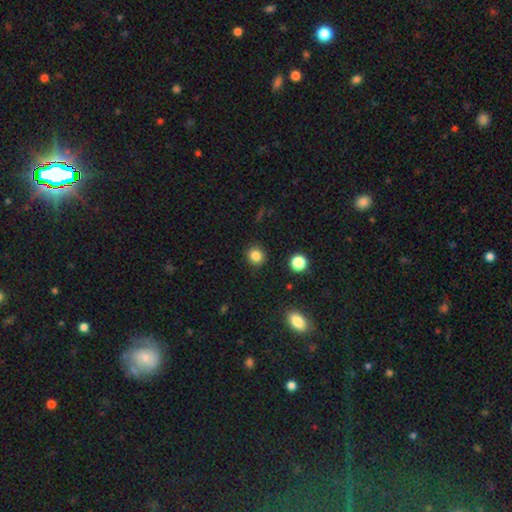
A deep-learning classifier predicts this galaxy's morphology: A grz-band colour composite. It shows a smooth galaxy with no disk features (84%) that is round (87%). Merging: none (90%).